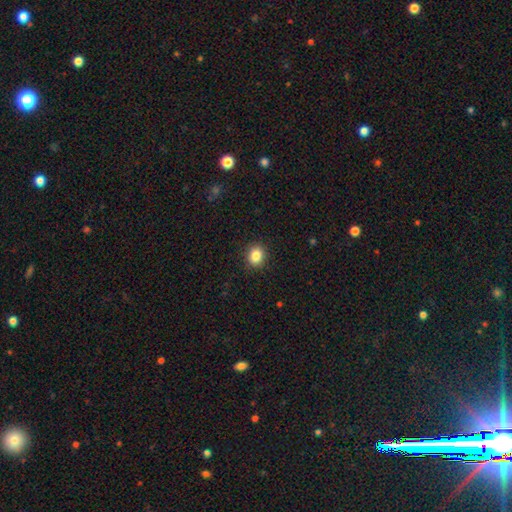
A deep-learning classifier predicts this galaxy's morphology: Overall: smooth (85%). How rounded: round (61%; in between 38%). Merging: none (90%).